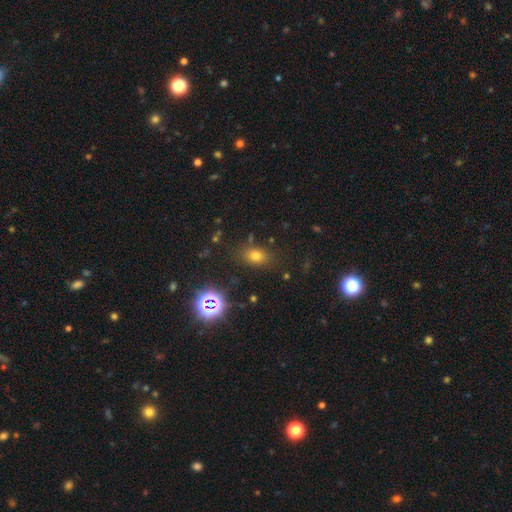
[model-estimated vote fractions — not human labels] Smooth or featured: smooth — 66% (star or artifact — 25%)
How rounded: in between — 69% (round — 29%)
Merging: none — 81% (minor disturbance — 11%)